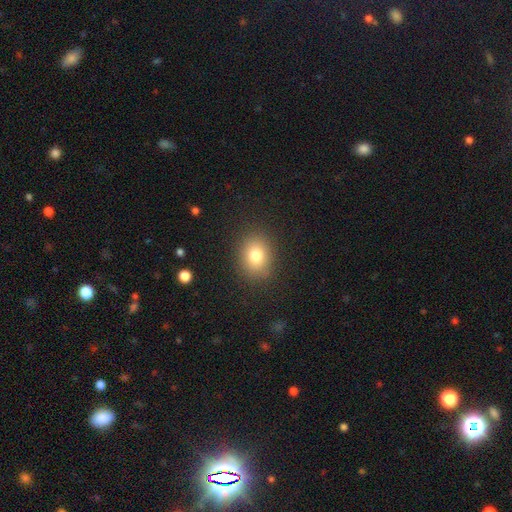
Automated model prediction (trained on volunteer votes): smooth_or_featured: smooth (p=0.79) [alt: star or artifact p=0.11]
how_rounded: in between (p=0.53) [alt: round p=0.46]
merging: none (p=0.87) [alt: minor disturbance p=0.09]